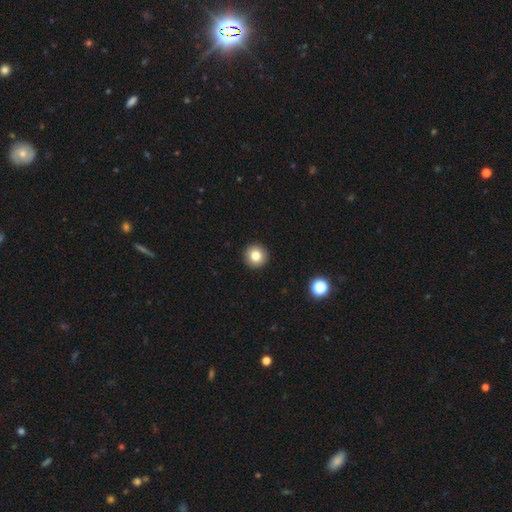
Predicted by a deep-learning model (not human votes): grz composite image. It shows a smooth galaxy with no disk features (81%) that is round (96%). Merging: none (94%).